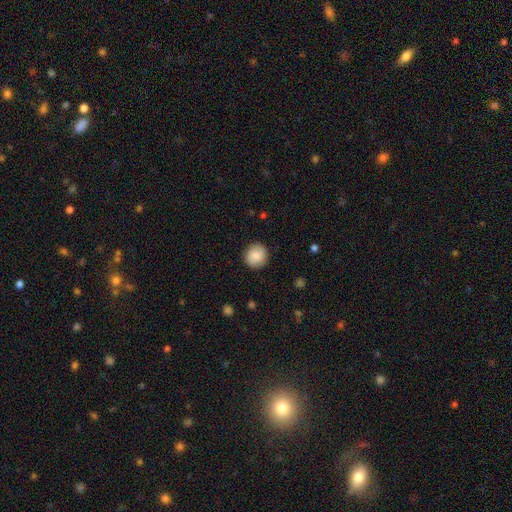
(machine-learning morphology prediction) This appears to be a smooth galaxy with no disk features (86%) that is round (89%). Merging: none (89%).